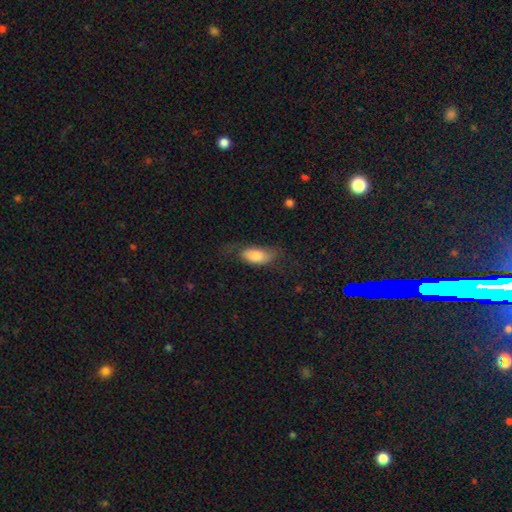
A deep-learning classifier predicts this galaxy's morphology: Smooth or featured? Predicted: smooth (p=0.77). How rounded? Predicted: in between (p=0.87). Merging? Predicted: none (p=0.48).